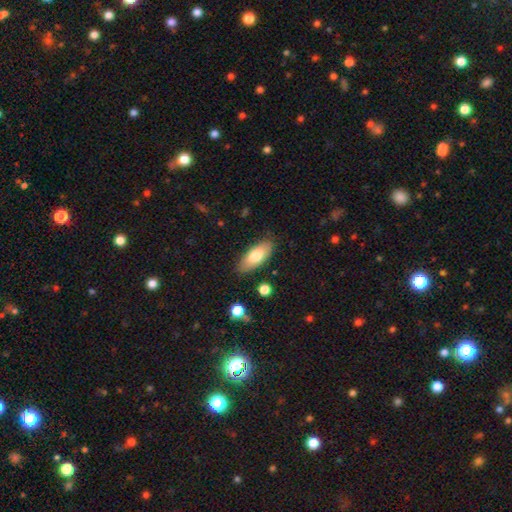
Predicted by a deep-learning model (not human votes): Overall: smooth (76%). How rounded: in between (82%). Merging: none (83%).